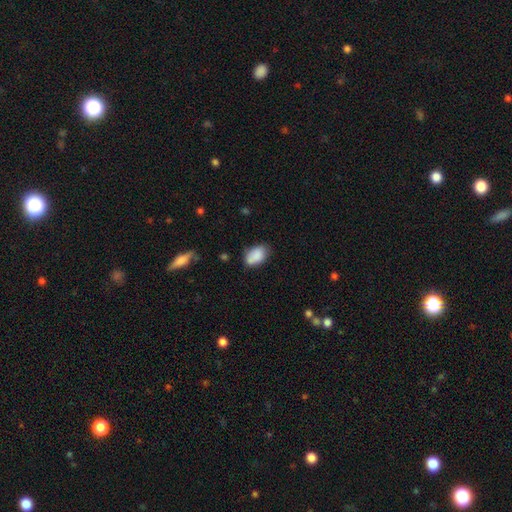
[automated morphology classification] Smooth or featured: smooth — 84% (featured or disk — 8%)
How rounded: in between — 89% (round — 9%)
Merging: none — 62% (minor disturbance — 26%)